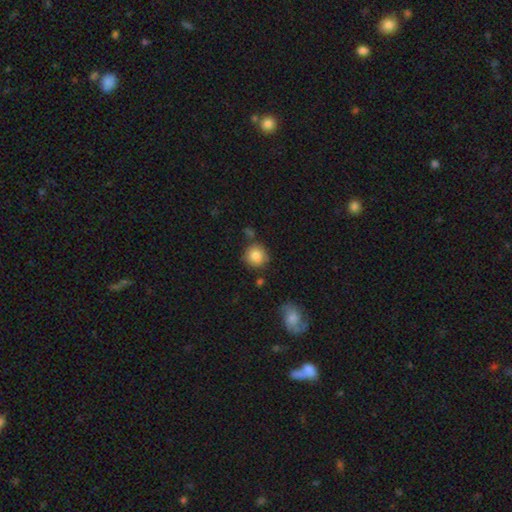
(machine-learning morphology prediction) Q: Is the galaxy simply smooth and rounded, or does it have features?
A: smooth — 83%.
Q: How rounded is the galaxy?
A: round — 88%.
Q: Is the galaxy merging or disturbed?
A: none — 73%.